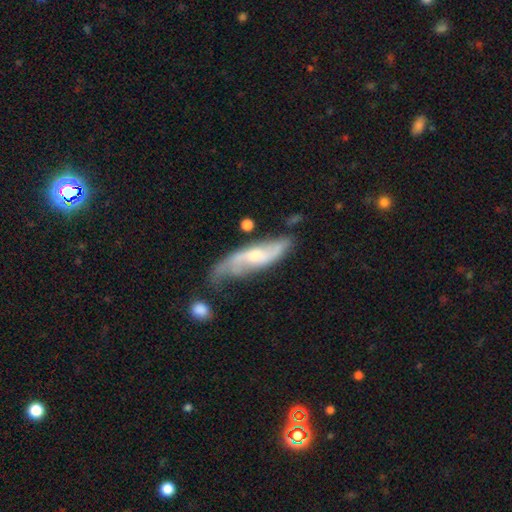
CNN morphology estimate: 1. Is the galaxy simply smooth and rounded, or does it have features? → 73% featured or disk, 21% smooth, 6% star or artifact.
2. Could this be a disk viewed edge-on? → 78% no, 22% yes.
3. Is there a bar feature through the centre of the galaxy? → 50% no, 38% weak, 11% strong.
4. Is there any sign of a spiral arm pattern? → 91% yes, 9% no.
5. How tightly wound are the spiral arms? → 54% loose, 33% medium, 13% tight.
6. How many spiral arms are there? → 80% 2, 12% can't tell, 3% 1, 3% 3, 1% 4, 1% more than 4.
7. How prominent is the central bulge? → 49% moderate, 42% small, 4% none, 4% large, 1% dominant.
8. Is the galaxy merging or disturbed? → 50% none, 28% minor disturbance, 13% major disturbance, 9% merger.